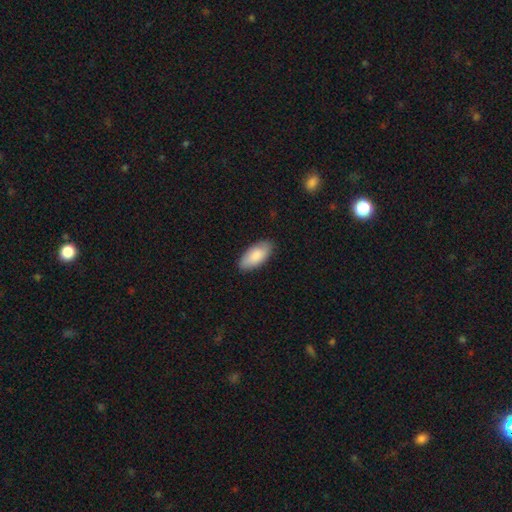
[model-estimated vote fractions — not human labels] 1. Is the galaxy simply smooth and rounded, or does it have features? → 86% smooth, 9% featured or disk, 5% star or artifact.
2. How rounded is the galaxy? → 92% in between, 6% cigar-shaped, 2% round.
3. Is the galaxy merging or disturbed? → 86% none, 11% minor disturbance, 2% major disturbance, 1% merger.